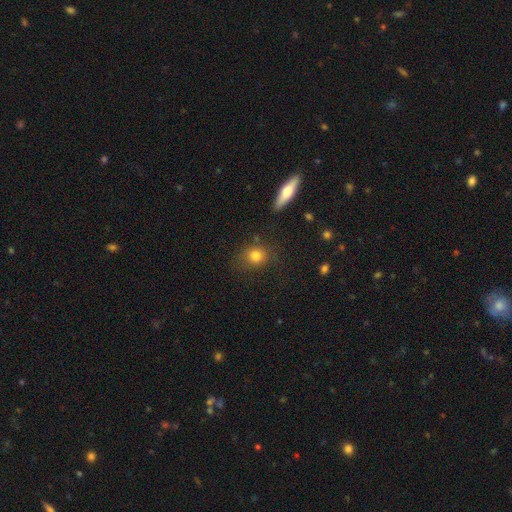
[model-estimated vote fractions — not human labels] Smooth or featured? smooth (79%)
How rounded? round (70%)
Merging? none (75%)